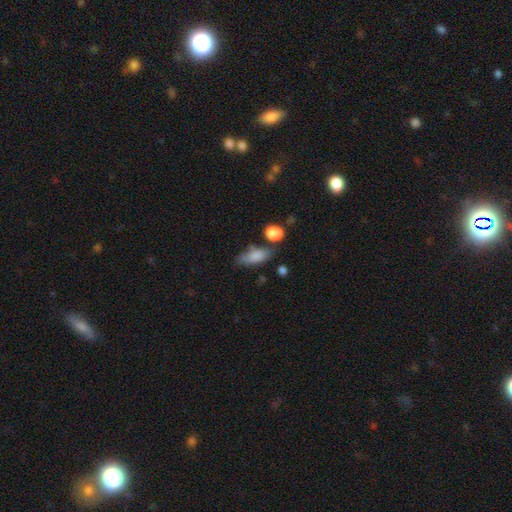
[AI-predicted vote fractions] smooth_or_featured: smooth (p=0.80) [alt: featured or disk p=0.11]
how_rounded: in between (p=0.75) [alt: cigar-shaped p=0.21]
merging: none (p=0.55) [alt: minor disturbance p=0.24]